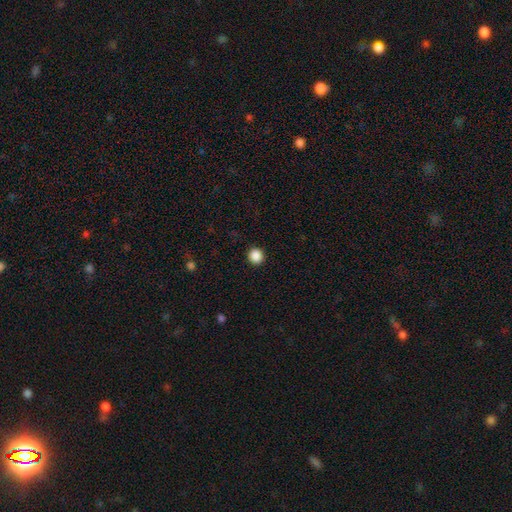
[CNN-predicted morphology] A smooth galaxy with no disk features (88%) that is round (93%). Merging: none (93%).